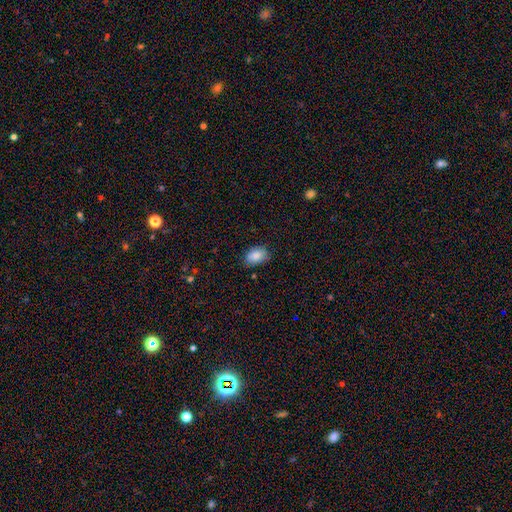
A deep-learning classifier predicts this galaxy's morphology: Smooth or featured? Predicted: smooth (p=0.86). How rounded? Predicted: in between (p=0.84). Merging? Predicted: none (p=0.77).